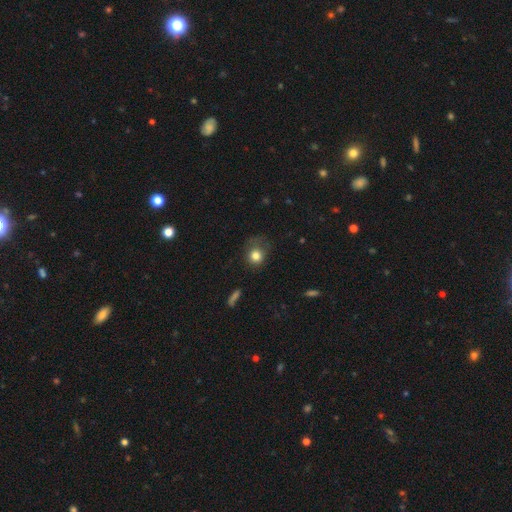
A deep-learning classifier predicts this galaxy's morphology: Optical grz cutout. It shows a smooth galaxy with no disk features (79%) that is round (78%). Merging: none (51%).